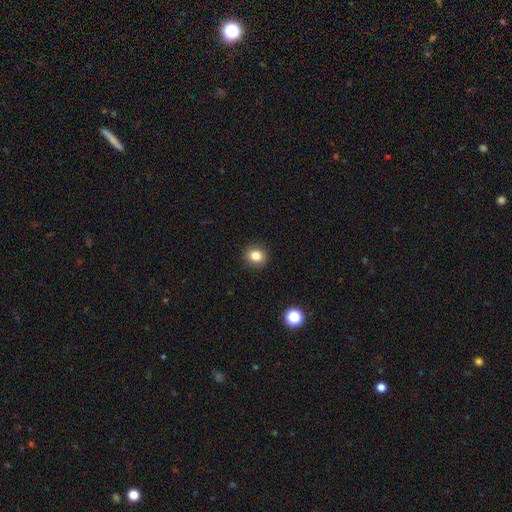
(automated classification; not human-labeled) Smooth or featured: smooth — 83% (star or artifact — 11%)
How rounded: round — 77% (in between — 22%)
Merging: none — 91% (minor disturbance — 6%)